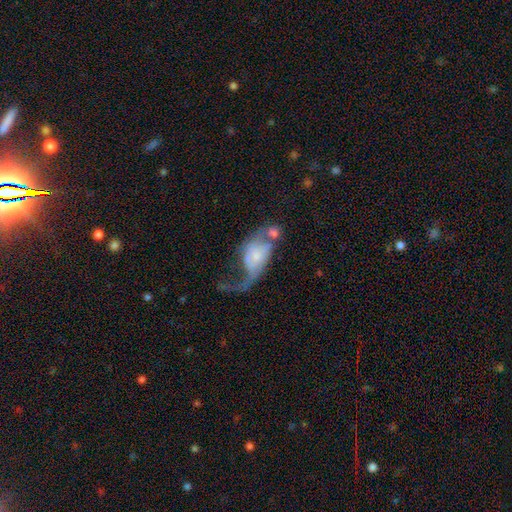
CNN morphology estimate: Smooth or featured?
  - featured or disk: 68% *
  - smooth: 25%
  - star or artifact: 8%
Edge-on disk?
  - no: 95% *
  - yes: 5%
Bar?
  - no: 65% *
  - weak: 28%
  - strong: 7%
Spiral arms?
  - yes: 78% *
  - no: 22%
Spiral winding?
  - loose: 79% *
  - medium: 16%
  - tight: 5%
Spiral arm count?
  - 2: 58% *
  - 1: 31%
  - can't tell: 7%
  - 3: 2%
  - 4: 1%
  - more than 4: 1%
Bulge size?
  - small: 45% *
  - none: 23%
  - moderate: 22%
  - large: 8%
  - dominant: 3%
Merging?
  - major disturbance: 42% *
  - merger: 27%
  - none: 17%
  - minor disturbance: 13%